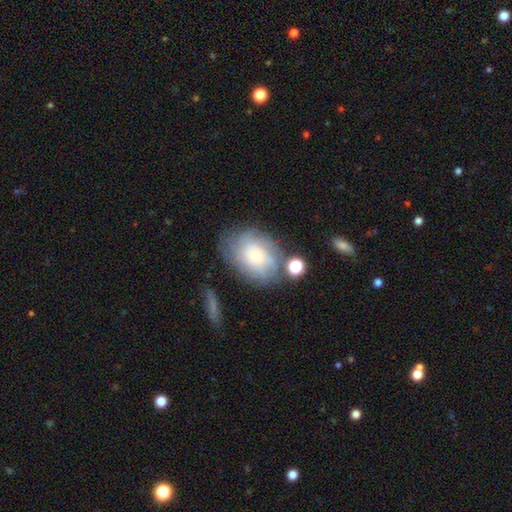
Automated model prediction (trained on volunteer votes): A featured or disk galaxy (57%) with no bar (80%), spiral arms (81%) and a small central bulge (64%). Merging: none (63%).